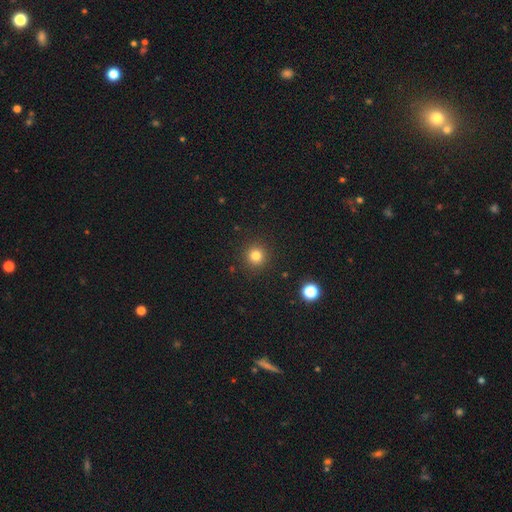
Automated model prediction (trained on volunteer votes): smooth-or-featured: smooth: 81% | star or artifact: 14% | featured or disk: 5%
  how-rounded: round: 95% | in between: 5% | cigar-shaped: 1%
  merging: none: 91% | minor disturbance: 6% | major disturbance: 2% | merger: 1%